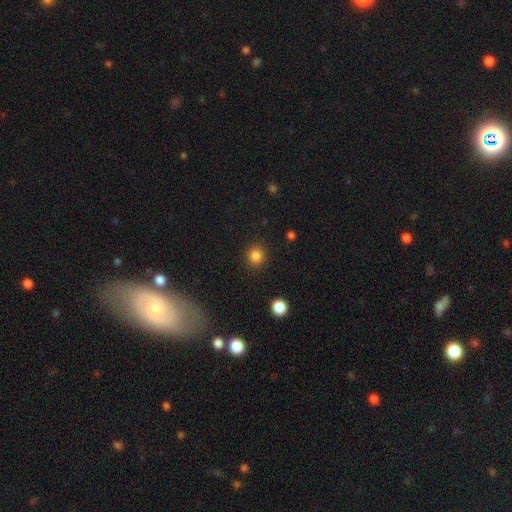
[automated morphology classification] A smooth galaxy with no disk features (85%) that is round (91%). Merging: none (91%).